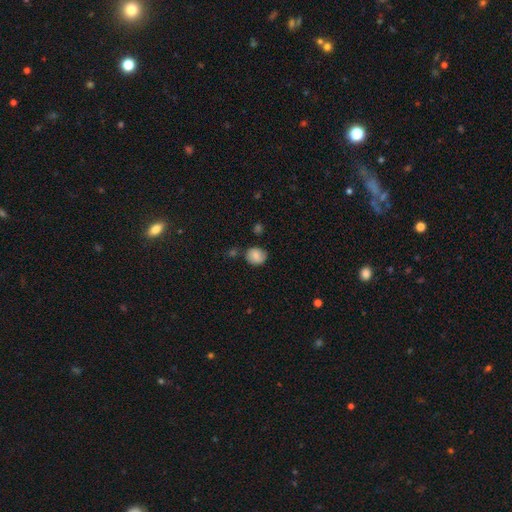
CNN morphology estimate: This is likely a smooth galaxy (74%). How rounded: likely round (73%). Merging: likely none (71%).